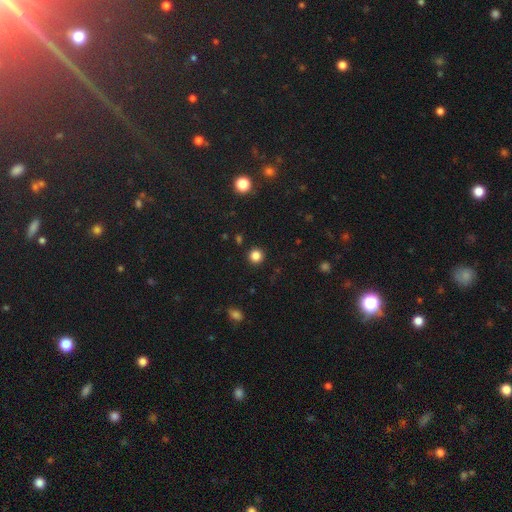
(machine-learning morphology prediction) Smooth or featured? Predicted: smooth (p=0.84). How rounded? Predicted: round (p=0.95). Merging? Predicted: none (p=0.92).